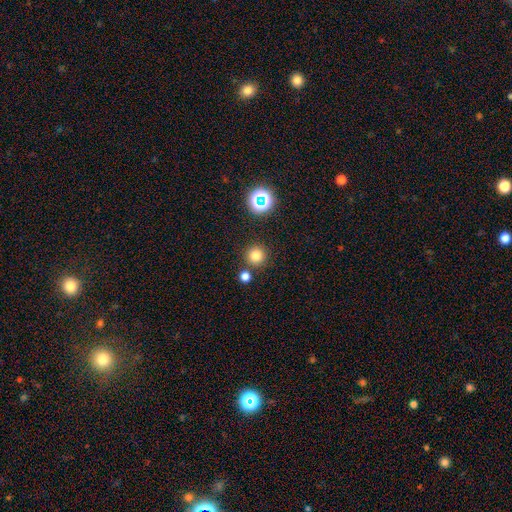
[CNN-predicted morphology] A smooth galaxy with no disk features (78%) that is round (95%).

Vote fractions:
- Smooth or featured? smooth: 78% / star or artifact: 17% / featured or disk: 5%
- How rounded? round: 95% / in between: 4% / cigar-shaped: 1%
- Merging? none: 83% / merger: 8% / minor disturbance: 6% / major disturbance: 3%